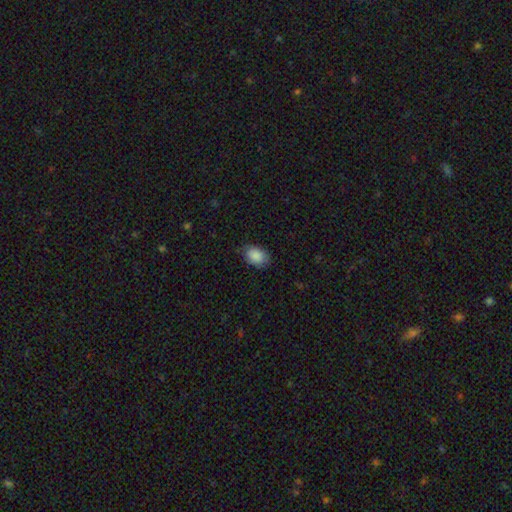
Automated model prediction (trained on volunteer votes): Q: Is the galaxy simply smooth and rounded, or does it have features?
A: smooth — 89%.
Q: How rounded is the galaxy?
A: in between — 83%.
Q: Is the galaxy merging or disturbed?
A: none — 77%.